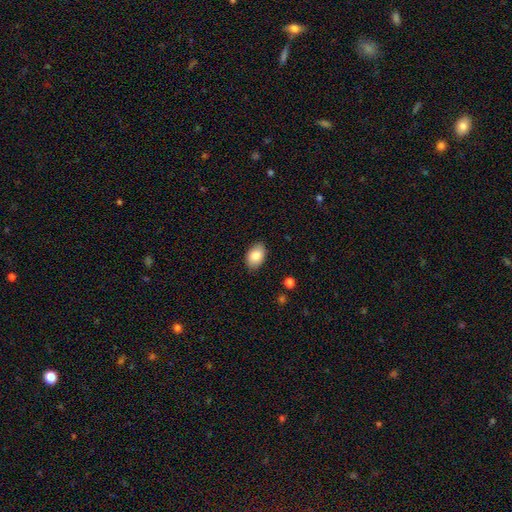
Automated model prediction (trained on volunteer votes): A smooth galaxy with no disk features (86%) that is in between round and cigar-shaped (88%).

Vote fractions:
- Smooth or featured? smooth: 86% / featured or disk: 8% / star or artifact: 7%
- How rounded? in between: 88% / round: 11% / cigar-shaped: 1%
- Merging? none: 87% / minor disturbance: 10% / major disturbance: 2% / merger: 1%